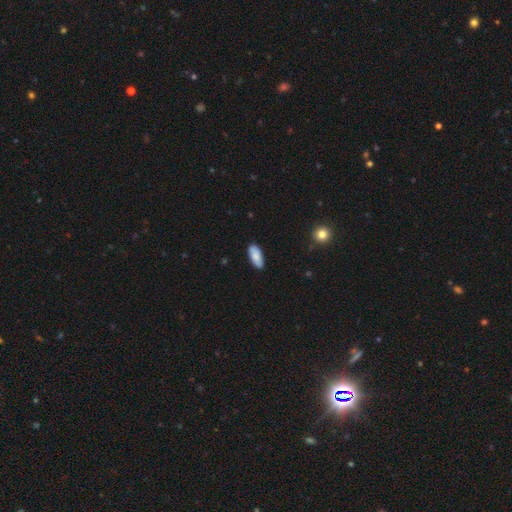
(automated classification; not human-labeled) A smooth galaxy with no disk features (83%) that is in between round and cigar-shaped (86%). Merging: none (86%).